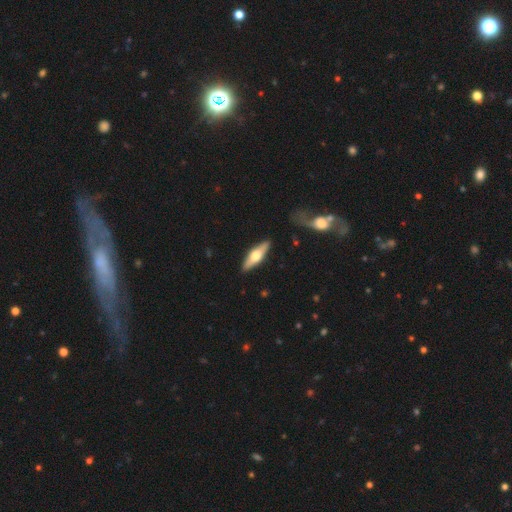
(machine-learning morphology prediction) Q: Smooth or featured?
A: featured or disk (55%); runner-up: smooth (40%)
Q: Edge-on disk?
A: yes (91%); runner-up: no (9%)
Q: Merging?
A: none (88%); runner-up: minor disturbance (8%)